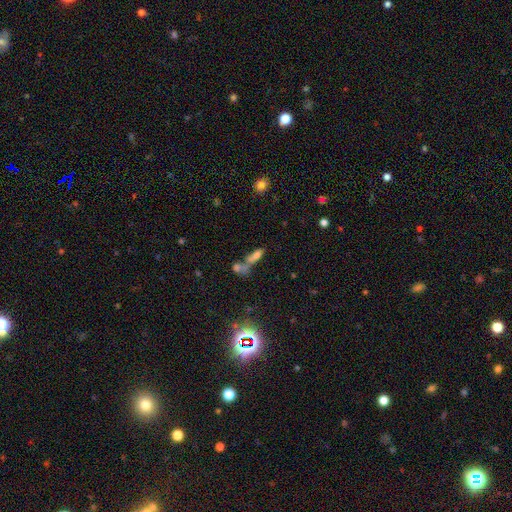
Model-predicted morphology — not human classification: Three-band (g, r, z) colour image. It shows a smooth galaxy with no disk features (61%) that is in between round and cigar-shaped (50%). Merging: merger (51%).